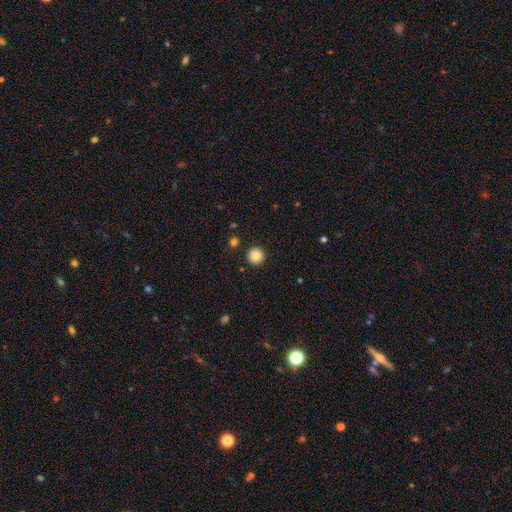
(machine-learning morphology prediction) This is clearly a smooth galaxy (84%). How rounded: clearly round (96%). Merging: clearly none (92%).